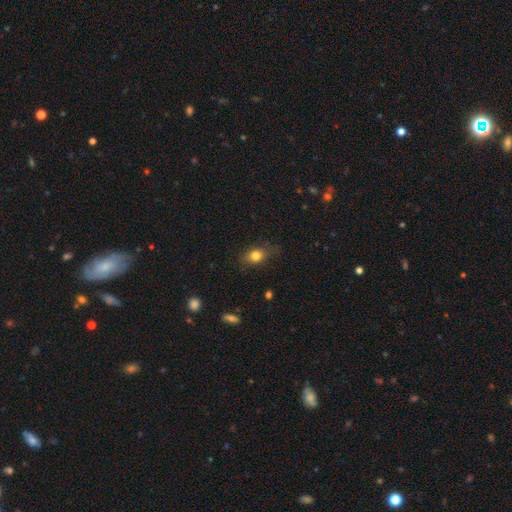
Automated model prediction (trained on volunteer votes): This appears to be a smooth galaxy with no disk features (79%) that is in between round and cigar-shaped (61%). Merging: none (71%).